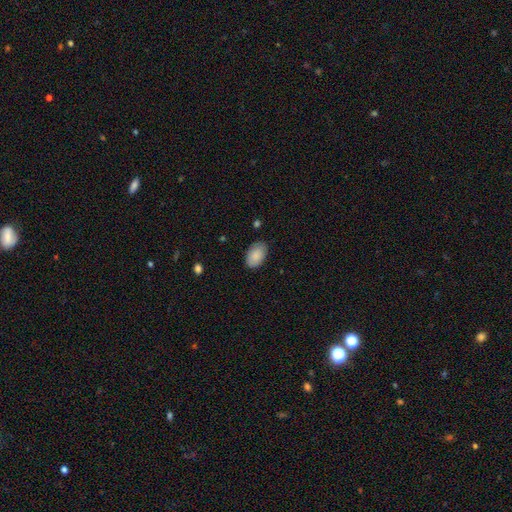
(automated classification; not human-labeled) This appears to be a smooth galaxy with no disk features (89%) that is in between round and cigar-shaped (93%). Merging: none (84%).